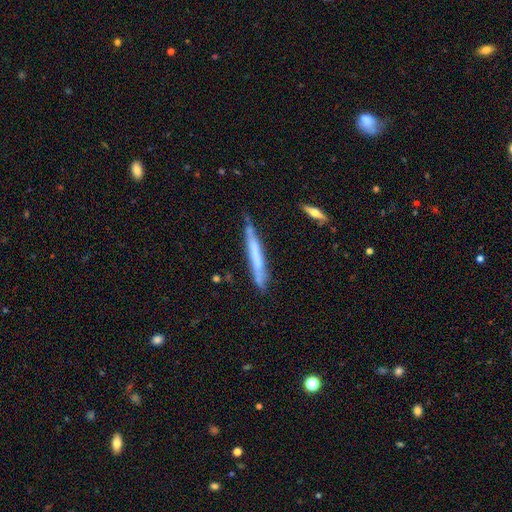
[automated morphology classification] Overall: smooth (49%; featured or disk 44%). Merging: none (71%).